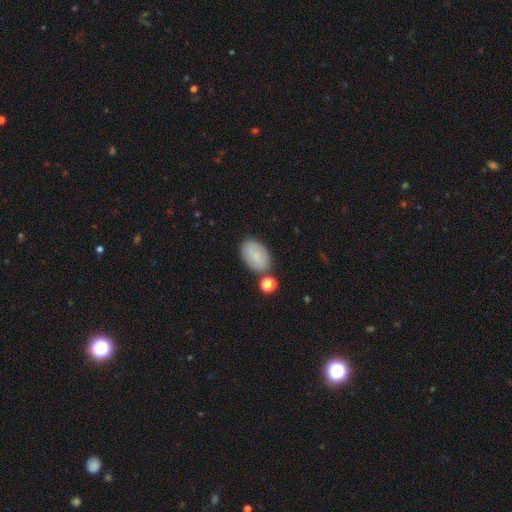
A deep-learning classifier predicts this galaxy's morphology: This appears to be a smooth galaxy with no disk features (81%) that is in between round and cigar-shaped (91%). Merging: none (74%).